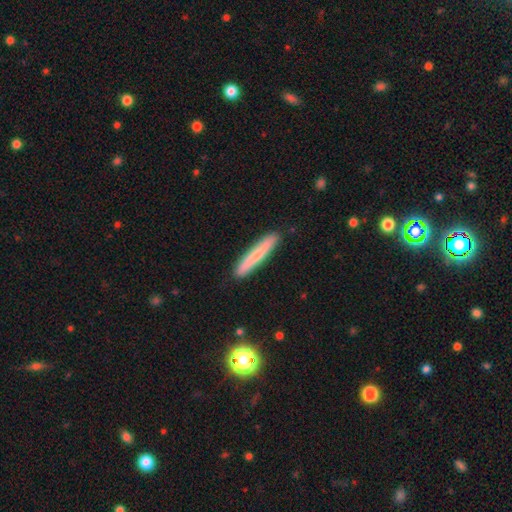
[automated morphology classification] Smooth or featured?
  - smooth: 69% *
  - featured or disk: 25%
  - star or artifact: 6%
How rounded?
  - cigar-shaped: 95% *
  - in between: 4%
  - round: 1%
Merging?
  - none: 89% *
  - minor disturbance: 8%
  - major disturbance: 2%
  - merger: 1%